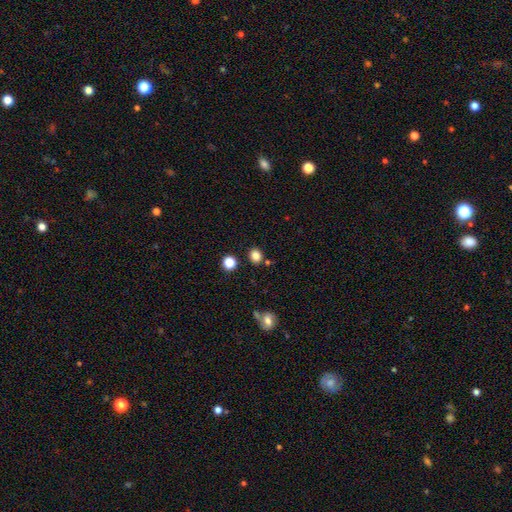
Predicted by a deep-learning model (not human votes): This is clearly a smooth galaxy (82%). How rounded: likely round (72%). Merging: clearly none (82%).